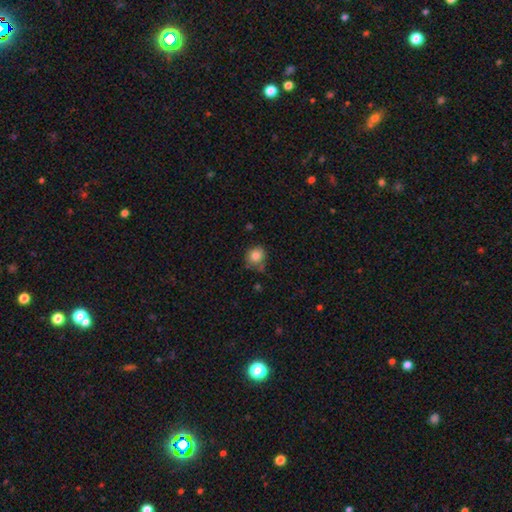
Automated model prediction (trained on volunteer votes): This appears to be a smooth galaxy with no disk features (84%) that is round (82%). Merging: none (65%).